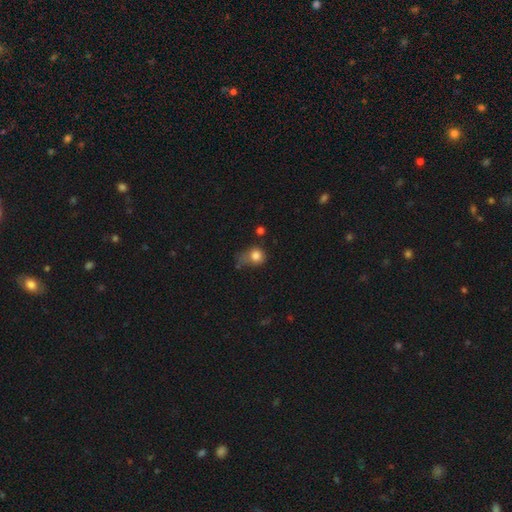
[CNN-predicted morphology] A smooth galaxy with no disk features (79%) that is round (74%). Merging: none (35%).